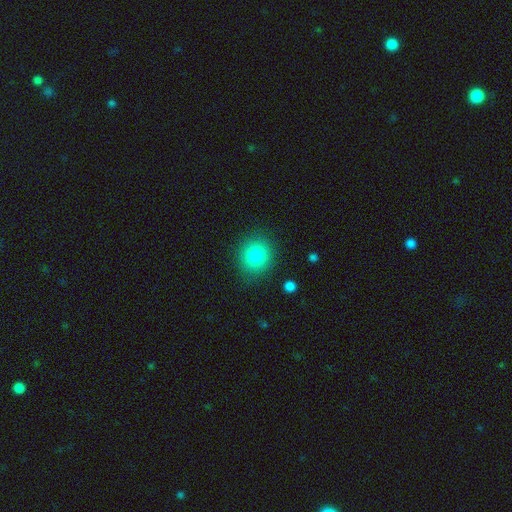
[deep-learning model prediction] Smooth or featured? smooth (83%)
How rounded? round (83%)
Merging? none (86%)